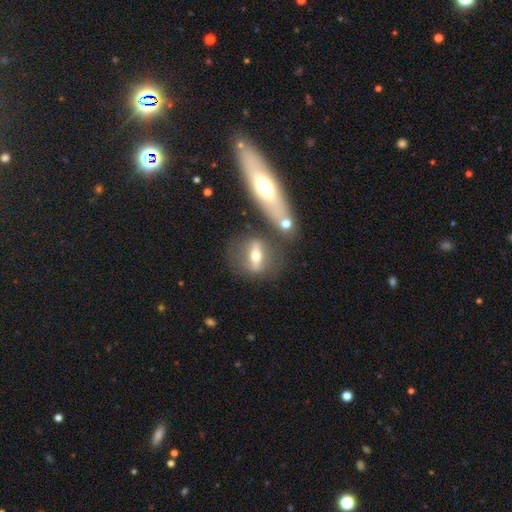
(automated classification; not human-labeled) Smooth or featured? Predicted: featured or disk (p=0.58). Edge-on disk? Predicted: yes (p=0.61). Merging? Predicted: none (p=0.64).